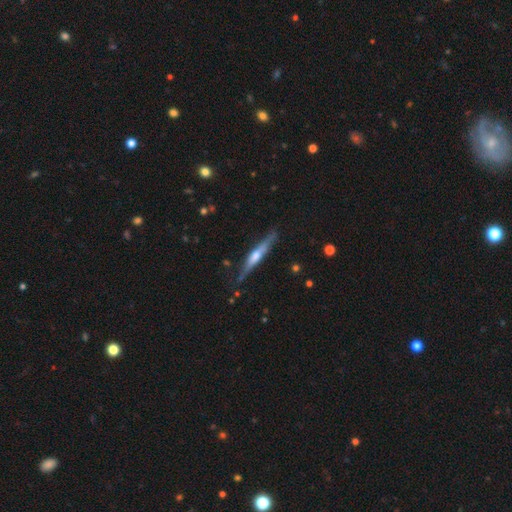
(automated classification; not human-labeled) The model was most divided on "smooth or featured": featured or disk: 65%, smooth: 29%, star or artifact: 6%. More confident: edge-on disk — yes (95%); merging — none (81%); edge-on bulge — rounded (69%).